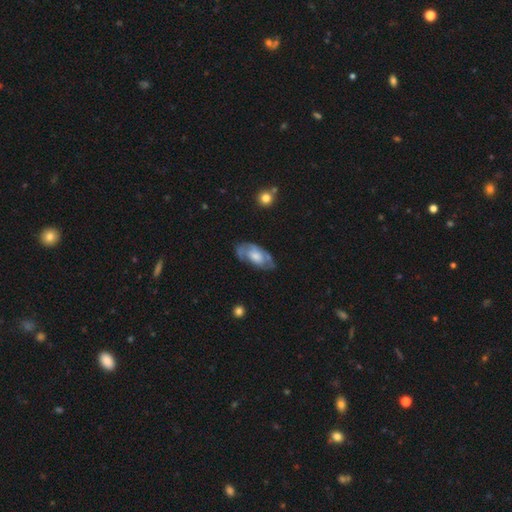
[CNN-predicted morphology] A featured or disk galaxy (61%) with no bar (72%), spiral arms (74%) and a moderate central bulge (42%).

Vote fractions:
- Smooth or featured? featured or disk: 61% / smooth: 33% / star or artifact: 6%
- Edge-on disk? no: 92% / yes: 8%
- Bar? no: 72% / weak: 24% / strong: 4%
- Spiral arms? yes: 74% / no: 26%
- Bulge size? moderate: 42% / large: 26% / small: 21% / none: 8% / dominant: 2%
- Merging? none: 60% / minor disturbance: 25% / major disturbance: 12% / merger: 3%